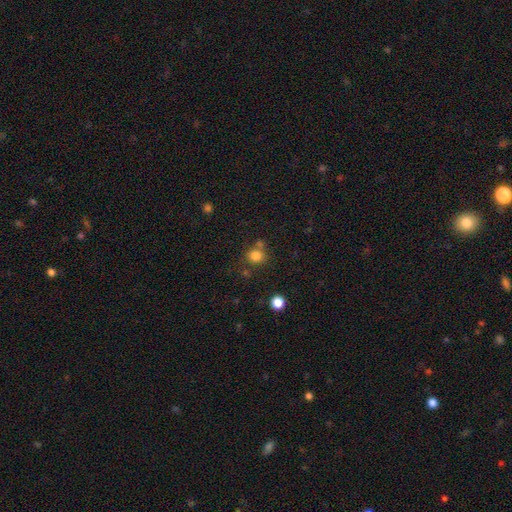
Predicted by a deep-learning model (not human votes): This appears to be a smooth galaxy with no disk features (81%) that is round (86%). Merging: none (68%).